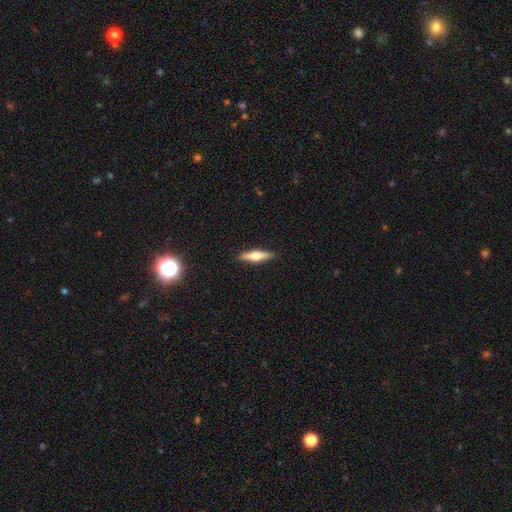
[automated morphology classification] Q: Smooth or featured?
A: featured or disk (52%); runner-up: smooth (42%)
Q: Edge-on disk?
A: yes (95%); runner-up: no (5%)
Q: Merging?
A: none (90%); runner-up: minor disturbance (8%)